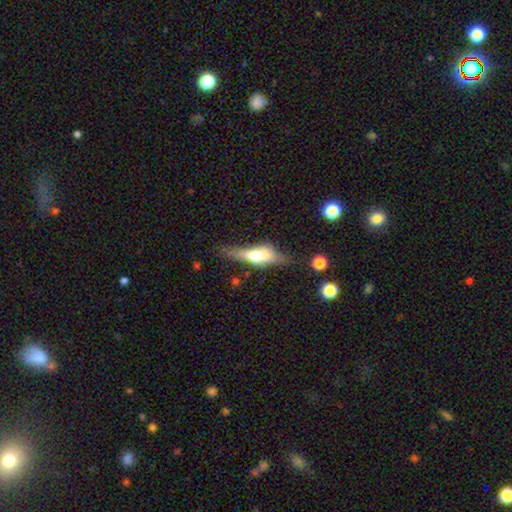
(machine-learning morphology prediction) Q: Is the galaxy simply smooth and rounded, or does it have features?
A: featured or disk — 53%.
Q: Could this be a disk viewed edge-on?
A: yes — 83%.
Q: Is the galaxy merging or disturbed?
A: none — 50%.